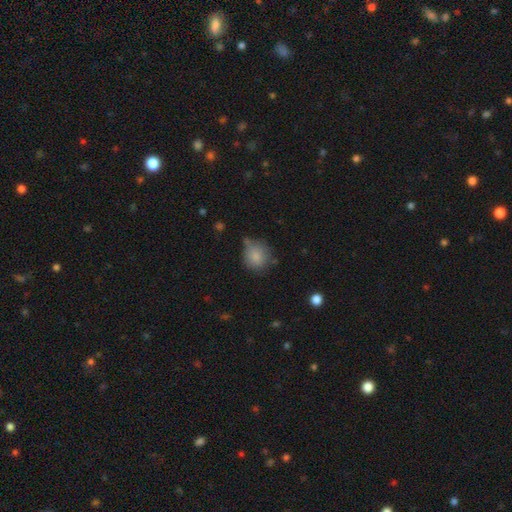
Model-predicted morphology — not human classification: The model was most divided on "merging": none: 63%, minor disturbance: 24%, merger: 7%, major disturbance: 6%. More confident: smooth or featured — smooth (82%); how rounded — round (80%).